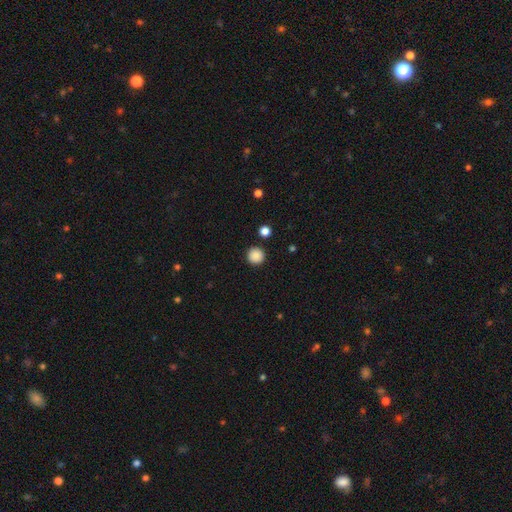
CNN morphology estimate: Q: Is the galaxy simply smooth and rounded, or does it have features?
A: smooth — 88%.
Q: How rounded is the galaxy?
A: round — 95%.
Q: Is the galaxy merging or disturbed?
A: none — 91%.